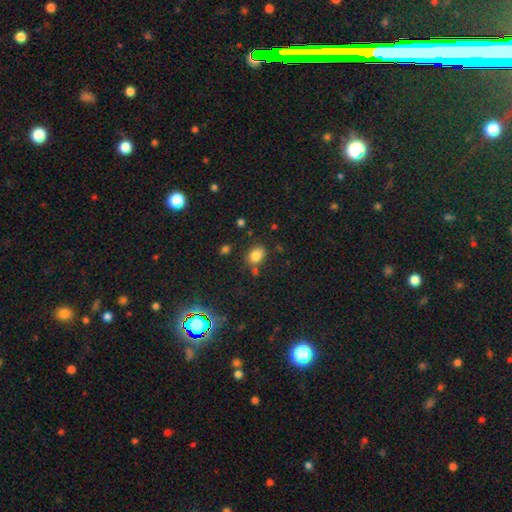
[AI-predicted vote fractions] smooth-or-featured: smooth: 80% | star or artifact: 13% | featured or disk: 7%
  how-rounded: in between: 65% | round: 34% | cigar-shaped: 1%
  merging: none: 72% | minor disturbance: 15% | merger: 9% | major disturbance: 4%